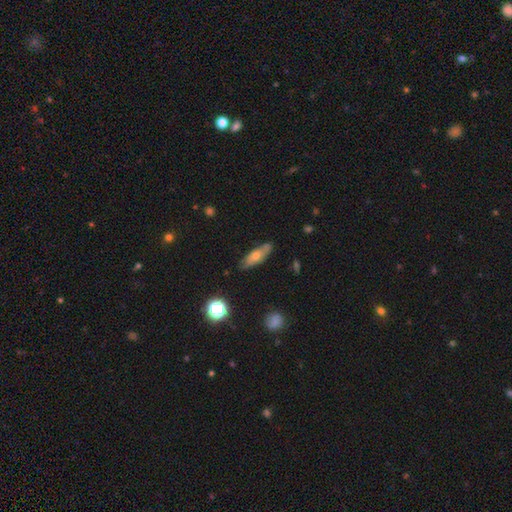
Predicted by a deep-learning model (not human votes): A smooth galaxy with no disk features (56%) that is in between round and cigar-shaped (54%). Merging: none (76%).